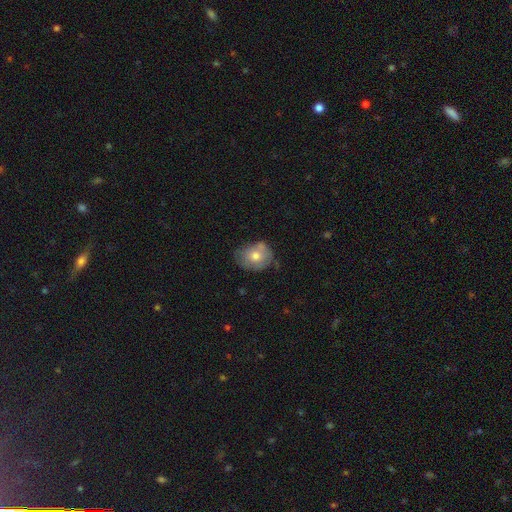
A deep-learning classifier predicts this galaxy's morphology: A smooth galaxy with no disk features (65%) that is round (53%). Merging: none (52%).